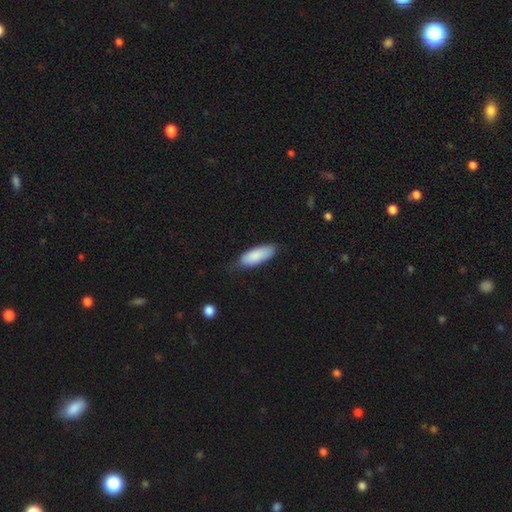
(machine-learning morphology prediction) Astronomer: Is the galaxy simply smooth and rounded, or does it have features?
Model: smooth — 88%.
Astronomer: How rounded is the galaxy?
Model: in between — 74%.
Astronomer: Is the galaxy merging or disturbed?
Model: none — 71%.